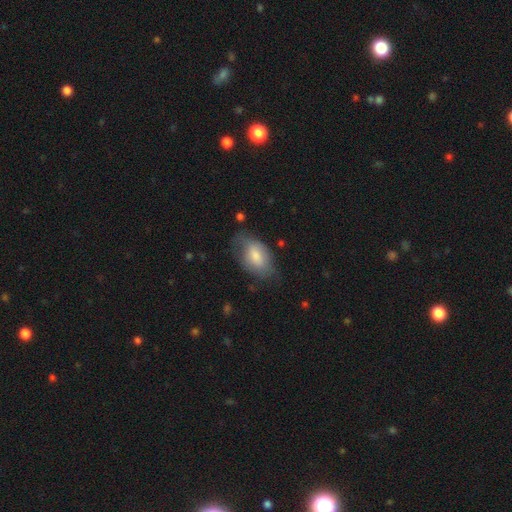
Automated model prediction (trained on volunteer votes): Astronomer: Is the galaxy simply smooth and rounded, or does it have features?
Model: smooth — 71%.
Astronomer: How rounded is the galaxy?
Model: in between — 91%.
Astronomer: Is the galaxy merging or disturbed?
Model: none — 55% (runner-up: minor disturbance, 30%).